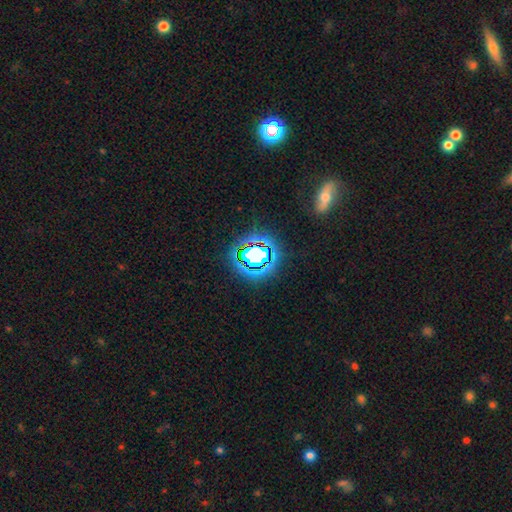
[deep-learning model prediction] Smooth or featured?
  - star or artifact: 67% *
  - smooth: 20%
  - featured or disk: 13%